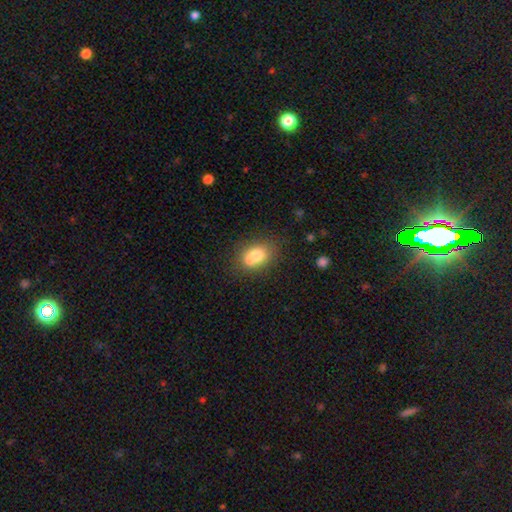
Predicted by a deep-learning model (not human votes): smooth-or-featured: smooth: 74% | featured or disk: 17% | star or artifact: 9%
  how-rounded: in between: 67% | round: 32% | cigar-shaped: 1%
  merging: none: 55% | merger: 21% | minor disturbance: 19% | major disturbance: 6%